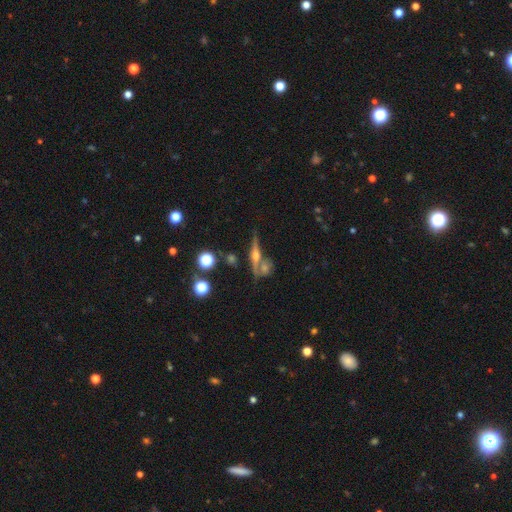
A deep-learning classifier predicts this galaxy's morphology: Smooth or featured?
  - featured or disk: 71% *
  - smooth: 18%
  - star or artifact: 11%
Edge-on disk?
  - yes: 93% *
  - no: 7%
Edge-on bulge?
  - rounded: 91% *
  - boxy: 5%
  - none: 4%
Merging?
  - none: 62% *
  - merger: 22%
  - minor disturbance: 11%
  - major disturbance: 5%